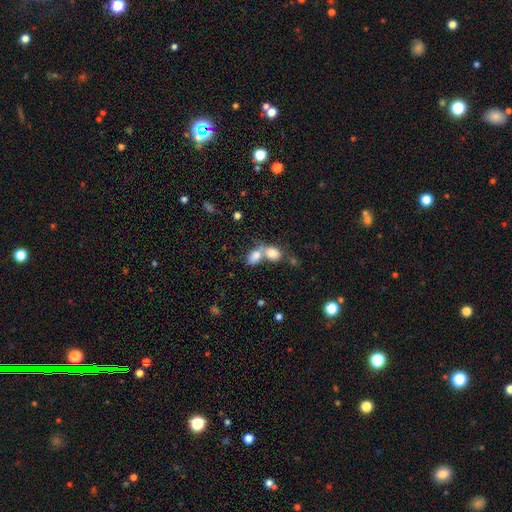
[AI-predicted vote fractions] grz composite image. It shows a smooth galaxy with no disk features (80%) that is in between round and cigar-shaped (82%). Merging: merger (66%).